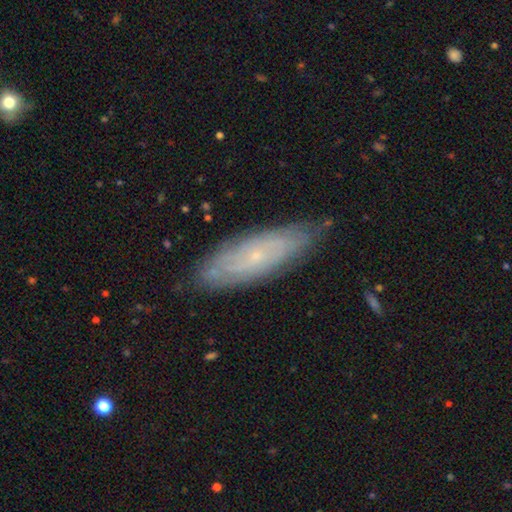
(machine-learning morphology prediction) This appears to be a featured or disk galaxy (60%). Merging: none (79%).